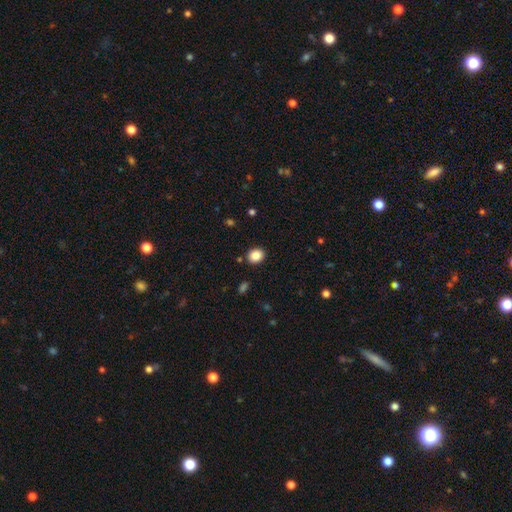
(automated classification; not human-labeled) Smooth or featured? smooth (86%)
How rounded? round (66%)
Merging? none (90%)